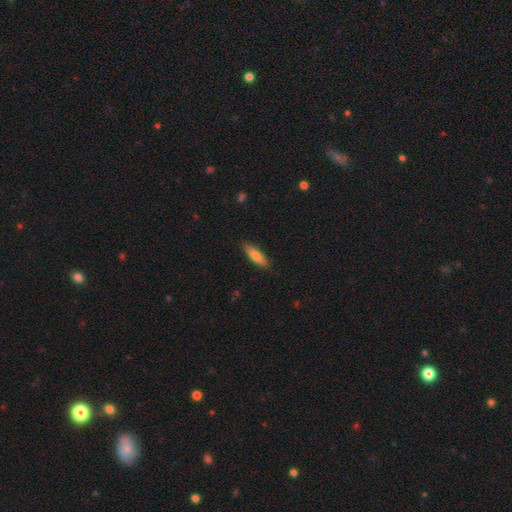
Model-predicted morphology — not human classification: Smooth or featured? smooth (75%)
How rounded? cigar-shaped (58%)
Merging? none (87%)